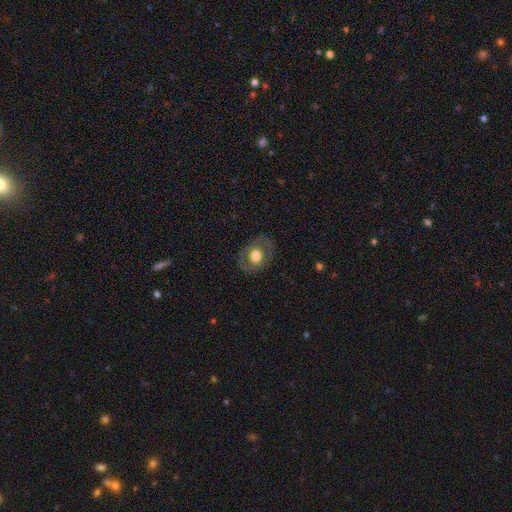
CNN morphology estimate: Q: Smooth or featured?
A: smooth (56%); runner-up: featured or disk (36%)
Q: How rounded?
A: in between (53%); runner-up: round (46%)
Q: Merging?
A: none (79%); runner-up: minor disturbance (13%)